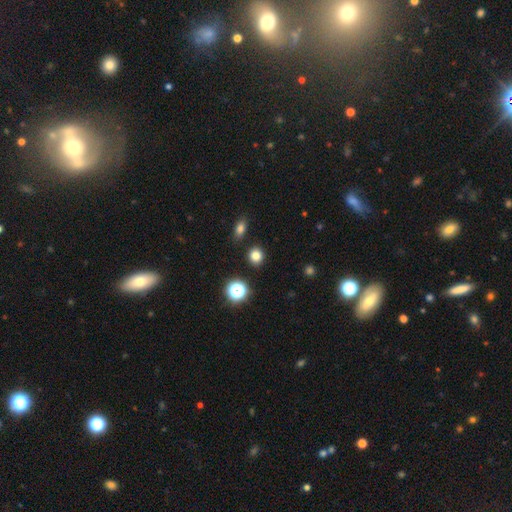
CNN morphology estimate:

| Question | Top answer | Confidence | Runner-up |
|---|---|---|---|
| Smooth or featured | smooth | 80% | star or artifact (15%) |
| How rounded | round | 86% | in between (13%) |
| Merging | none | 88% | minor disturbance (7%) |